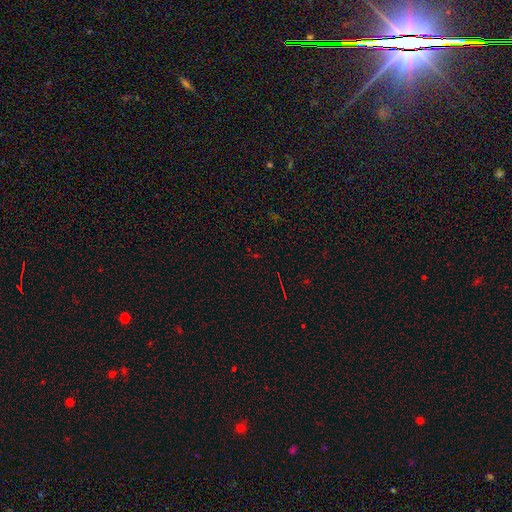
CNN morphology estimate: A star or artifact, not a galaxy (73%).

Vote fractions:
- Smooth or featured? star or artifact: 73% / smooth: 18% / featured or disk: 9%